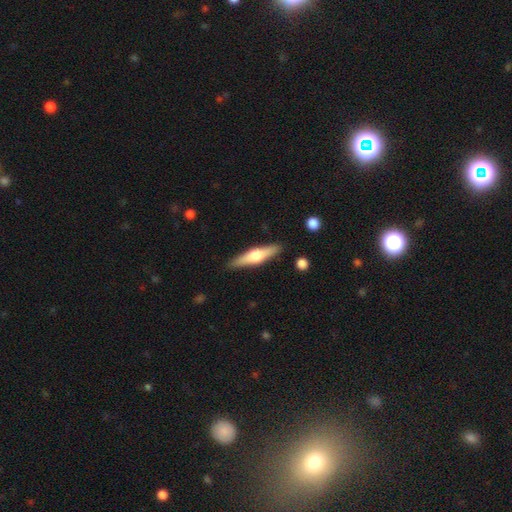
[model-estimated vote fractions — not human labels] featured or disk 54%, smooth 41%, star or artifact 5%. Down the decision tree: edge-on disk — yes (95%); edge-on bulge — rounded (91%); merging — none (89%).